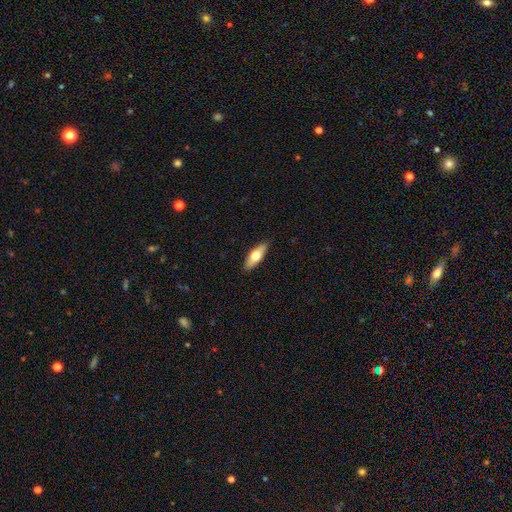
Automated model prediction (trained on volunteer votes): smooth_or_featured: smooth (p=0.64) [alt: featured or disk p=0.31]
how_rounded: in between (p=0.64) [alt: cigar-shaped p=0.34]
merging: none (p=0.88) [alt: minor disturbance p=0.09]